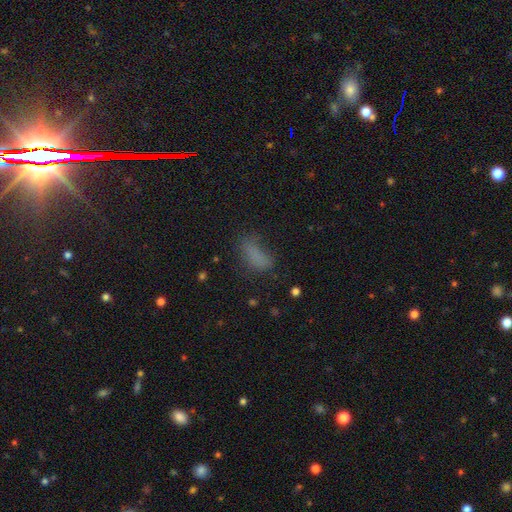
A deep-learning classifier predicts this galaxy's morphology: smooth-or-featured: smooth: 74% | star or artifact: 16% | featured or disk: 10%
  how-rounded: in between: 80% | cigar-shaped: 15% | round: 5%
  merging: none: 52% | minor disturbance: 25% | major disturbance: 19% | merger: 3%